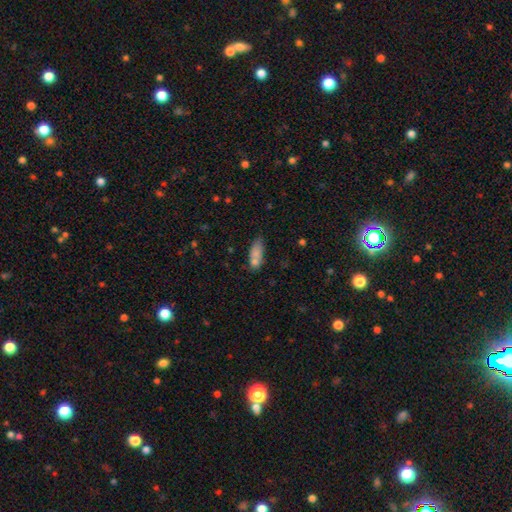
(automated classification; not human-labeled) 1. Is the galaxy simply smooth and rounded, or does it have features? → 76% smooth, 15% featured or disk, 9% star or artifact.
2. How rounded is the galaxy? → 74% in between, 22% cigar-shaped, 4% round.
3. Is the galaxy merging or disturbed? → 45% none, 27% merger, 21% minor disturbance, 8% major disturbance.